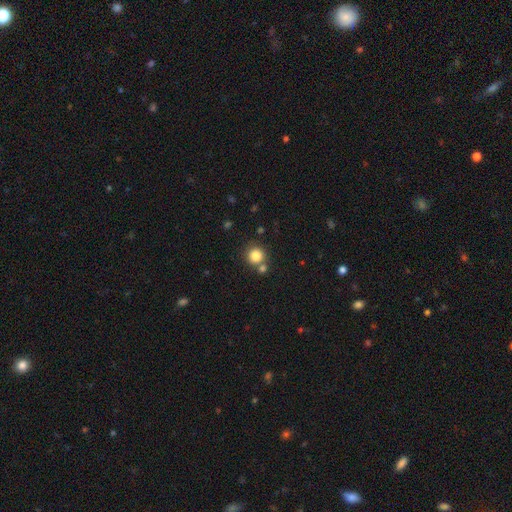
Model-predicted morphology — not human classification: This is clearly a smooth galaxy (84%). How rounded: clearly round (91%). Merging: likely none (68%).